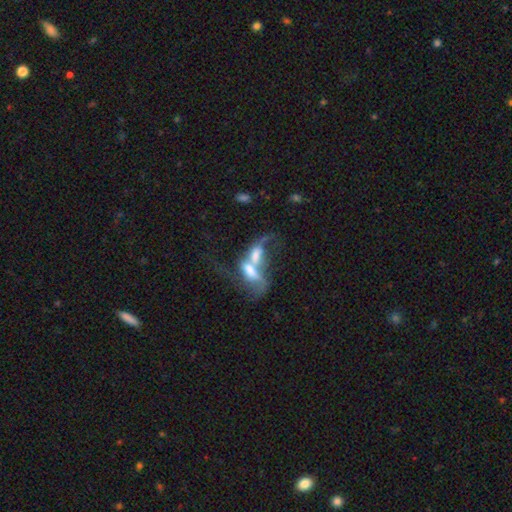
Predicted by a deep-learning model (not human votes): Overall: featured or disk (50%; smooth 39%). Edge-on disk: no (86%). Merging: merger (77%).